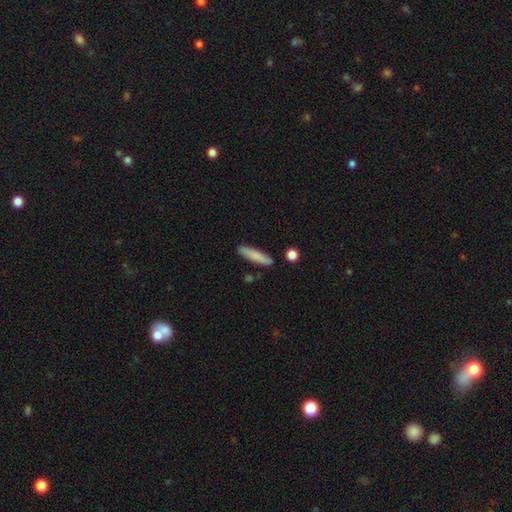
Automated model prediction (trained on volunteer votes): Smooth or featured? smooth (81%)
How rounded? cigar-shaped (83%)
Merging? none (86%)